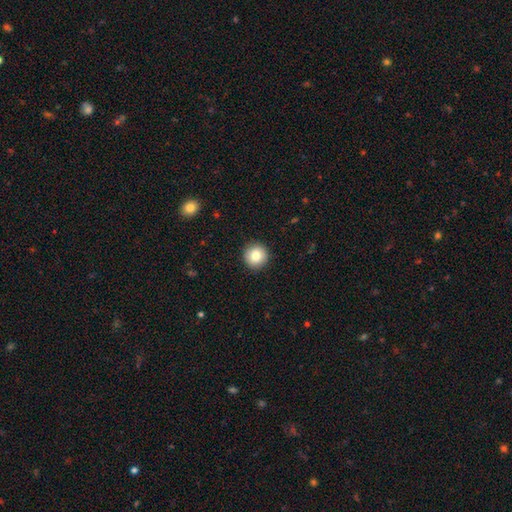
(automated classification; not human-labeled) A smooth galaxy with no disk features (81%) that is round (95%). Merging: none (92%).